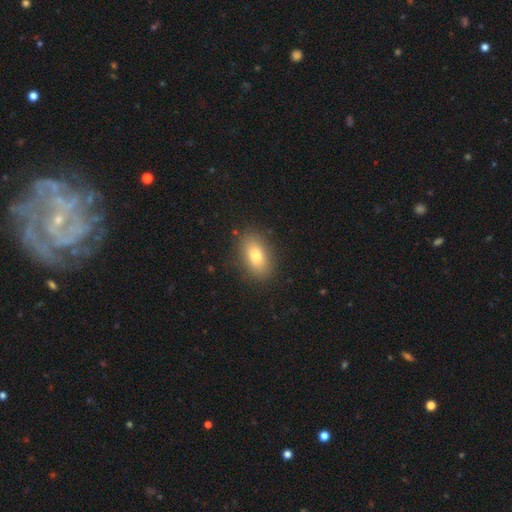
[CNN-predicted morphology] Smooth or featured?
  - smooth: 79% *
  - featured or disk: 11%
  - star or artifact: 9%
How rounded?
  - in between: 88% *
  - round: 9%
  - cigar-shaped: 3%
Merging?
  - none: 87% *
  - minor disturbance: 9%
  - major disturbance: 2%
  - merger: 1%